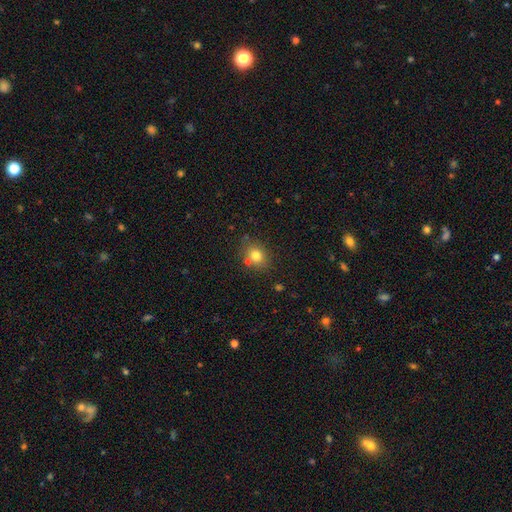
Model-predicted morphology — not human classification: A smooth galaxy with no disk features (77%) that is round (61%).

Vote fractions:
- Smooth or featured? smooth: 77% / star or artifact: 13% / featured or disk: 11%
- How rounded? round: 61% / in between: 38% / cigar-shaped: 1%
- Merging? none: 71% / merger: 13% / minor disturbance: 13% / major disturbance: 4%